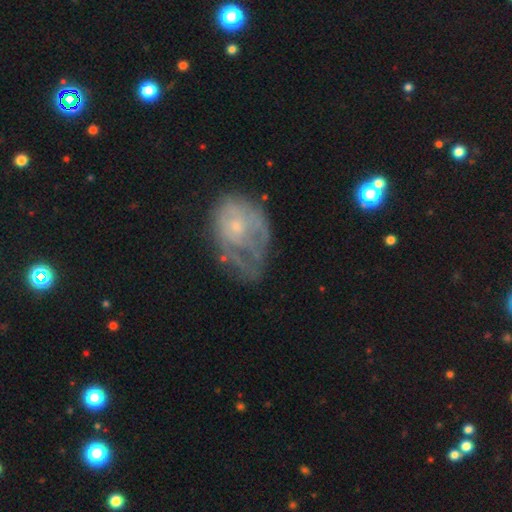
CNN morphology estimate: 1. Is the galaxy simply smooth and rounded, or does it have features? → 54% featured or disk, 33% smooth, 13% star or artifact.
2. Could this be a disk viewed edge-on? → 96% no, 4% yes.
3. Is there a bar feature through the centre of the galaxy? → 84% no, 14% weak, 2% strong.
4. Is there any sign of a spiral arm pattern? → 59% no, 41% yes.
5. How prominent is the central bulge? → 63% small, 23% moderate, 11% none, 2% large, 1% dominant.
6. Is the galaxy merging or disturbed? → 37% none, 30% minor disturbance, 29% major disturbance, 4% merger.